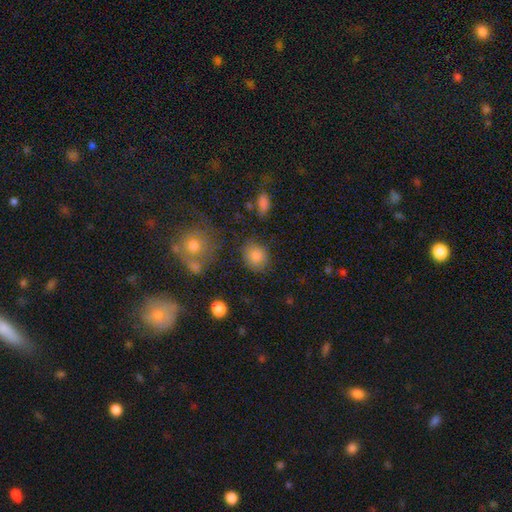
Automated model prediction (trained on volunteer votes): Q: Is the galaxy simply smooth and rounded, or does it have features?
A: smooth — 83%.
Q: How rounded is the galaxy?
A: round — 68%.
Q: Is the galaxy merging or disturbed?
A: none — 80%.